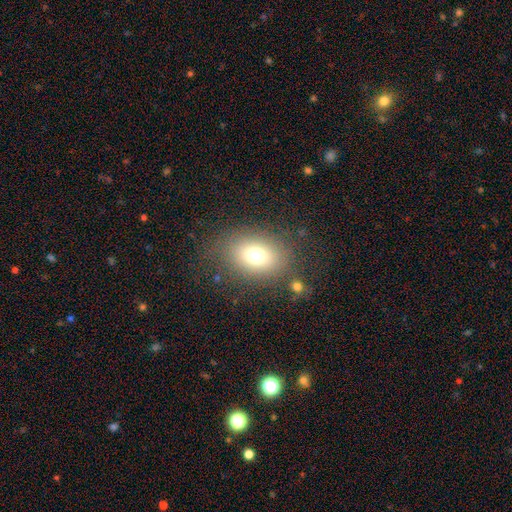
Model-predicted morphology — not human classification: Overall: smooth (74%). How rounded: in between (71%). Merging: none (77%).